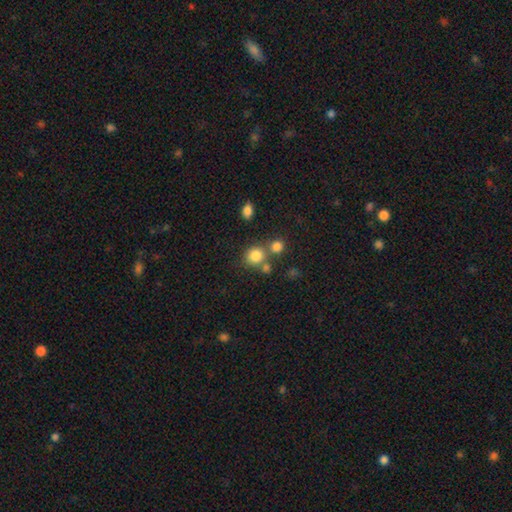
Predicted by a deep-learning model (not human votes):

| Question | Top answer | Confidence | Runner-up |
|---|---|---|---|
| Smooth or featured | smooth | 81% | star or artifact (12%) |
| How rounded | round | 82% | in between (17%) |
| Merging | none | 61% | merger (25%) |